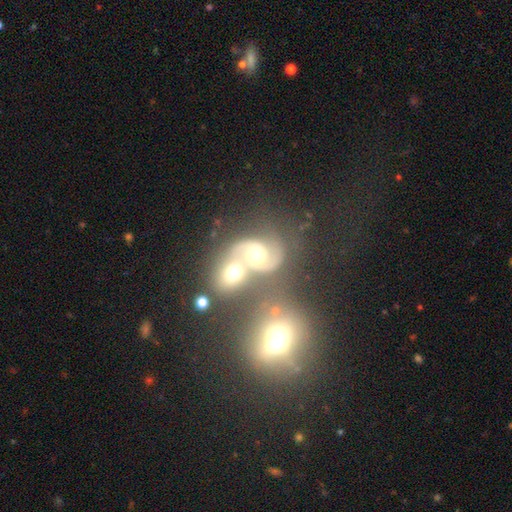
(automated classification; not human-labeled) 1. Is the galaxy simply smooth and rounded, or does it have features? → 78% featured or disk, 13% smooth, 8% star or artifact.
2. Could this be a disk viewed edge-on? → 98% no, 2% yes.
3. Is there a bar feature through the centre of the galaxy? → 62% no, 29% weak, 9% strong.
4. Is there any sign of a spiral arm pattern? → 90% yes, 10% no.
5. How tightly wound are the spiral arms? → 54% medium, 24% loose, 22% tight.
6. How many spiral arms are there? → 87% 2, 5% 1, 4% can't tell, 2% 3, 1% 4, 1% more than 4.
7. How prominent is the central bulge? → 66% moderate, 16% large, 14% small, 2% dominant, 2% none.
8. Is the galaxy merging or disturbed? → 52% merger, 29% none, 10% minor disturbance, 9% major disturbance.